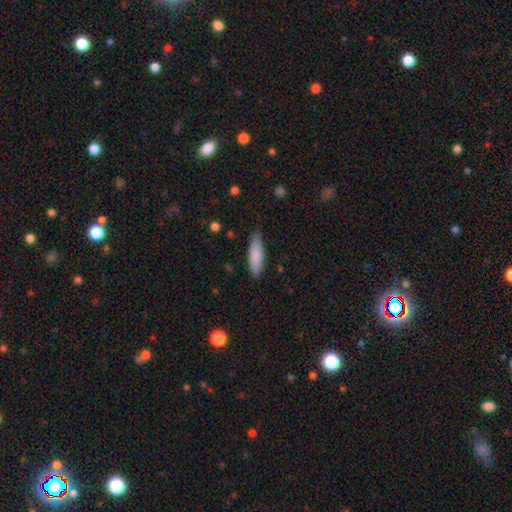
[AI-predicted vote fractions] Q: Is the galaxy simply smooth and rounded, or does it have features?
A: smooth — 83%.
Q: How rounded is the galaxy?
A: cigar-shaped — 61%.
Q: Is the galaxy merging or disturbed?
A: none — 81%.